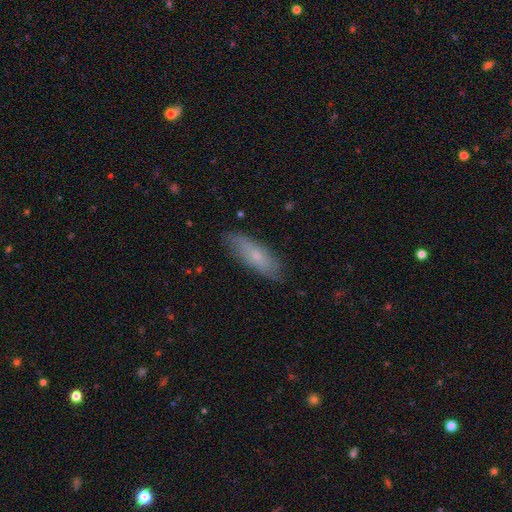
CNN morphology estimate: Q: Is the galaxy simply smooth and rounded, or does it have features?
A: smooth — 62%.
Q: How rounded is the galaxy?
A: cigar-shaped — 52%.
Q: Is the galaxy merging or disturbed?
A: none — 83%.